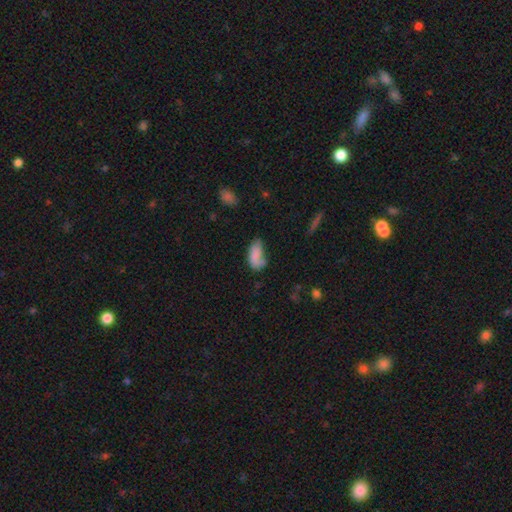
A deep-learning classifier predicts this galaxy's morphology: Smooth or featured: smooth — 75% (featured or disk — 16%)
How rounded: in between — 90% (cigar-shaped — 6%)
Merging: none — 38% (minor disturbance — 31%)